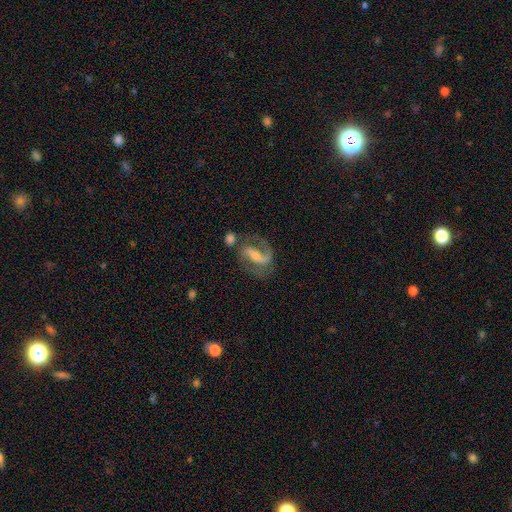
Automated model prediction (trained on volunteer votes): Overall: featured or disk (85%). Edge-on disk: no (97%). Bar: strong (45%; weak 38%). Spiral arms: yes (95%). Spiral arm count: 2 (79%). Spiral winding: medium (56%; loose 23%). Bulge size: small (44%; moderate 37%). Merging: none (61%).